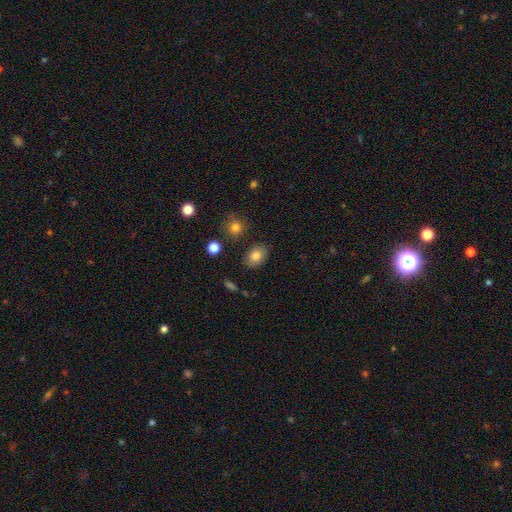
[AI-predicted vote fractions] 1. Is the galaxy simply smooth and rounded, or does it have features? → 83% smooth, 9% star or artifact, 8% featured or disk.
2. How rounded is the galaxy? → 75% in between, 24% round, 1% cigar-shaped.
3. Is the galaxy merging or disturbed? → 83% none, 11% minor disturbance, 3% major disturbance, 3% merger.